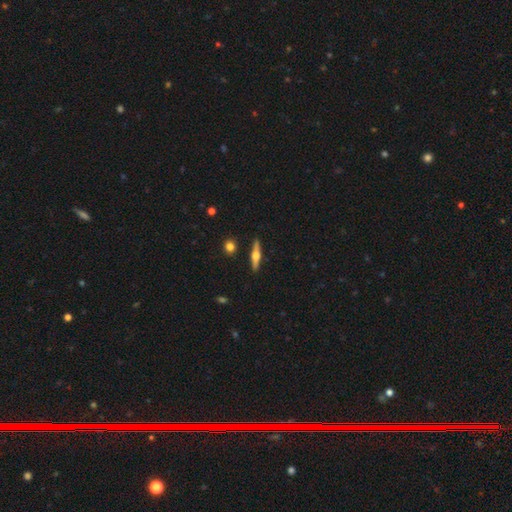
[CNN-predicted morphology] Smooth or featured? featured or disk (65%)
Edge-on disk? yes (97%)
Edge-on bulge? rounded (94%)
Merging? none (89%)